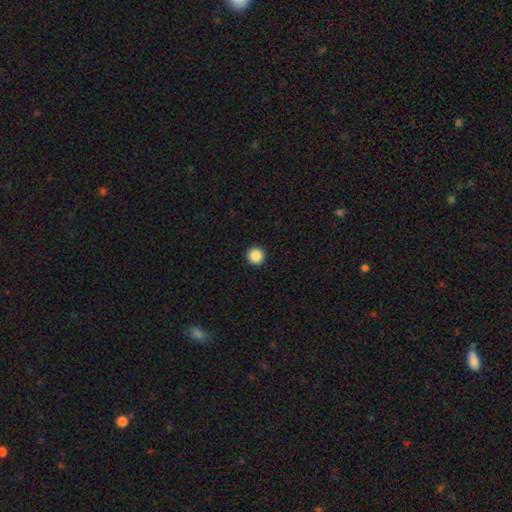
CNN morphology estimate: smooth 88%, star or artifact 9%, featured or disk 3%. Down the decision tree: how rounded — round (97%); merging — none (94%).